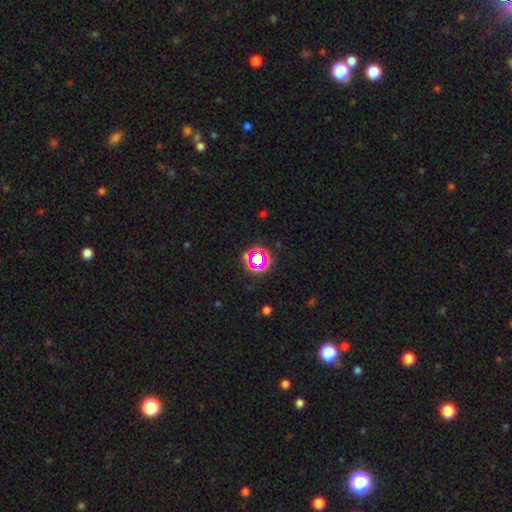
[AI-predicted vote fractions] The model was most divided on "smooth or featured": star or artifact: 62%, smooth: 26%, featured or disk: 12%.